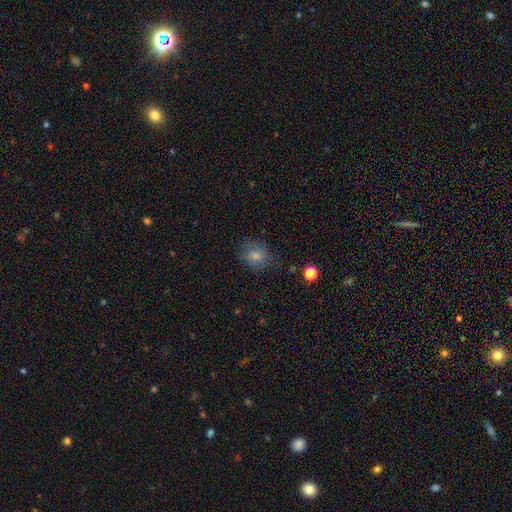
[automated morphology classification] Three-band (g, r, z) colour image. It shows a smooth galaxy with no disk features (65%) that is round (75%). Merging: none (76%).